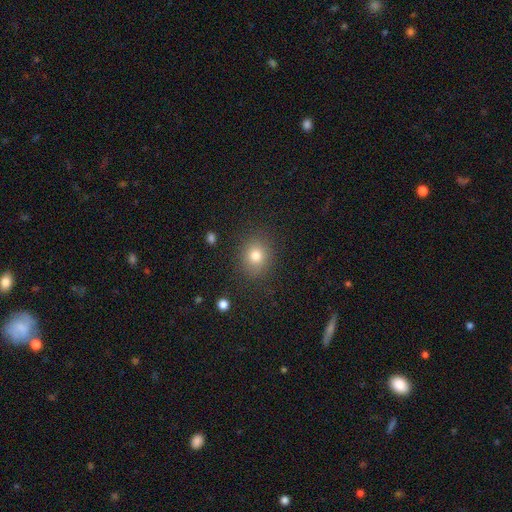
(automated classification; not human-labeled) The model was most divided on "how rounded": round: 71%, in between: 28%, cigar-shaped: 1%. More confident: merging — none (85%); smooth or featured — smooth (78%).